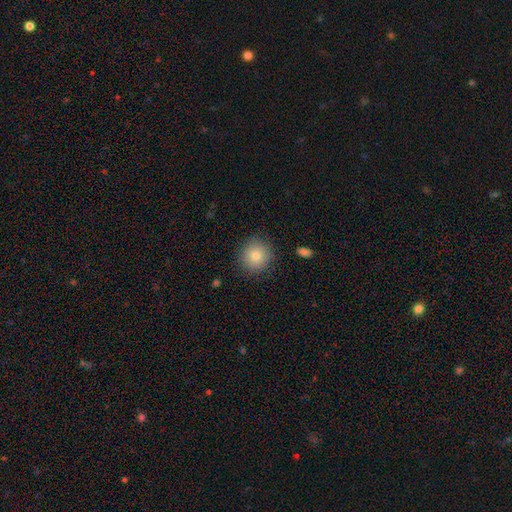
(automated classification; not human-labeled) Morphology: type=smooth (79%); roundness=round (92%); merging=none (89%).